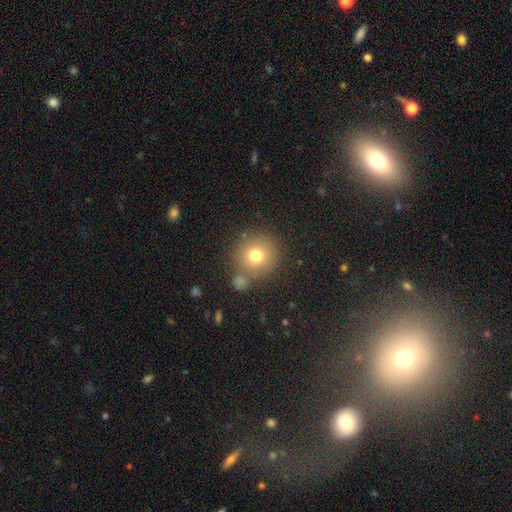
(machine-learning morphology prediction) Smooth or featured?
  - smooth: 75% *
  - star or artifact: 13%
  - featured or disk: 12%
How rounded?
  - round: 93% *
  - in between: 6%
  - cigar-shaped: 1%
Merging?
  - none: 75% *
  - merger: 11%
  - minor disturbance: 10%
  - major disturbance: 4%